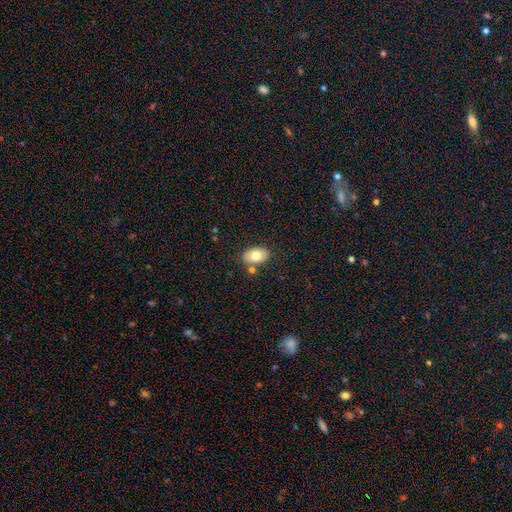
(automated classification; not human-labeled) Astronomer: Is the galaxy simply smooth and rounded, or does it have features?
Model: smooth — 77%.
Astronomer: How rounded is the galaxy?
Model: in between — 90%.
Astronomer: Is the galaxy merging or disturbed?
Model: none — 78%.